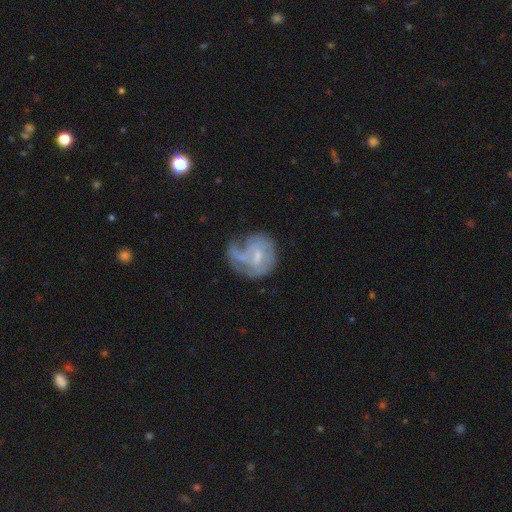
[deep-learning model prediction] smooth-or-featured: featured or disk: 65% | smooth: 27% | star or artifact: 8%
  disk-edge-on: no: 98% | yes: 2%
    bar: weak: 47% | no: 44% | strong: 8%
    has-spiral-arms: yes: 70% | no: 30%
    bulge-size: small: 55% | moderate: 29% | none: 13% | large: 2% | dominant: 1%
  merging: major disturbance: 38% | none: 33% | minor disturbance: 24% | merger: 5%